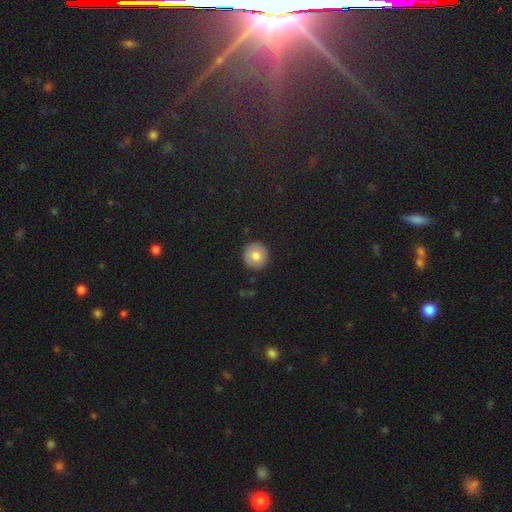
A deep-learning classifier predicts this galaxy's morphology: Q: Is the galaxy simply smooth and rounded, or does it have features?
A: smooth — 74%.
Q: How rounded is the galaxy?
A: round — 93%.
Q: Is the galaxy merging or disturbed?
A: none — 89%.